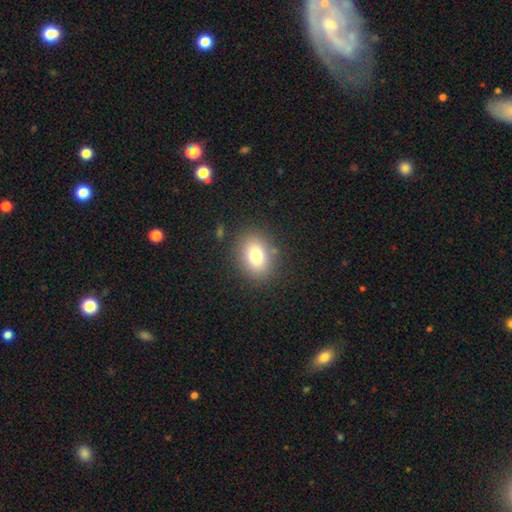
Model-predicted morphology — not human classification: smooth-or-featured: smooth: 79% | featured or disk: 11% | star or artifact: 11%
  how-rounded: in between: 66% | round: 33% | cigar-shaped: 1%
  merging: none: 84% | minor disturbance: 10% | major disturbance: 4% | merger: 2%